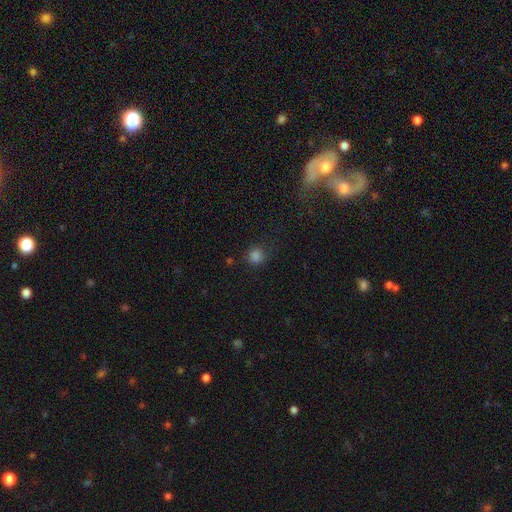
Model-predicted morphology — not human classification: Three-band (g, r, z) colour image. It shows a smooth galaxy with no disk features (81%) that is round (90%). Merging: none (81%).